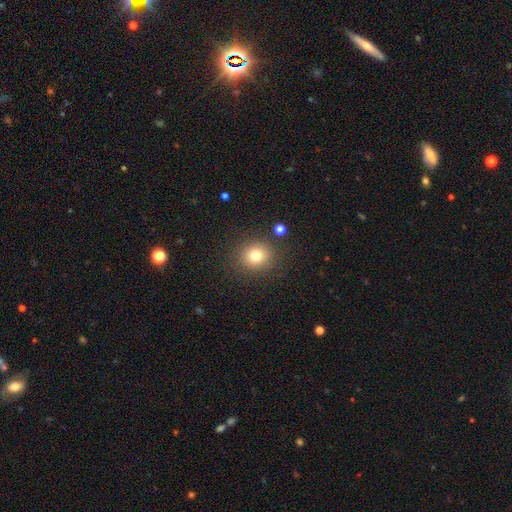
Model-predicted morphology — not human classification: The model was most divided on "smooth or featured": smooth: 77%, star or artifact: 14%, featured or disk: 9%. More confident: merging — none (86%); how rounded — round (83%).